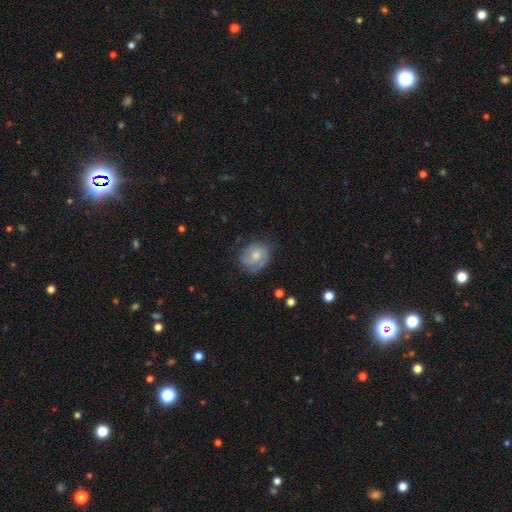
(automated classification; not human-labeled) Smooth or featured? featured or disk (55%)
Edge-on disk? no (97%)
Bar? no (73%)
Spiral arms? yes (82%)
Bulge size? moderate (55%)
Merging? none (65%)